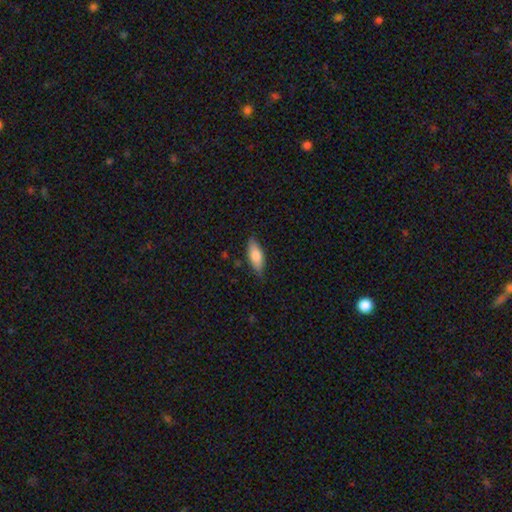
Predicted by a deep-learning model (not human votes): Morphology: type=smooth (77%); roundness=in between (74%); merging=none (79%).